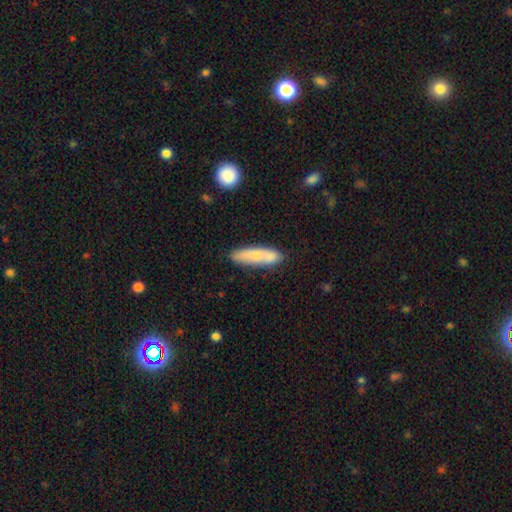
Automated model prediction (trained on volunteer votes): The model was most divided on "how rounded": cigar-shaped: 66%, in between: 32%, round: 2%. More confident: merging — none (74%); smooth or featured — smooth (69%).